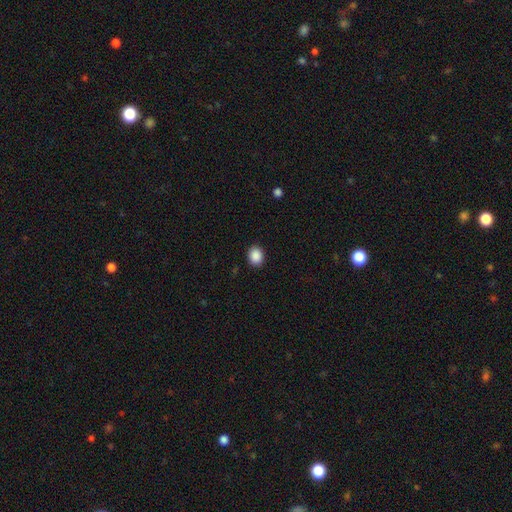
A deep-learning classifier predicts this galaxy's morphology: This is clearly a smooth galaxy (89%). How rounded: possibly round (53%). Merging: clearly none (90%).